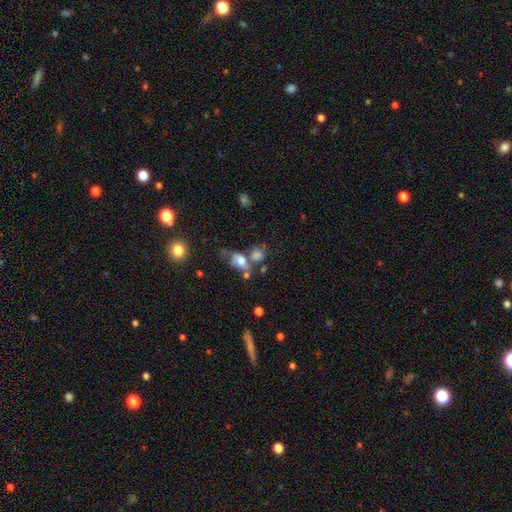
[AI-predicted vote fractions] smooth_or_featured: smooth (p=0.50) [alt: featured or disk p=0.28]
how_rounded: in between (p=0.49) [alt: round p=0.45]
merging: merger (p=0.47) [alt: none p=0.32]